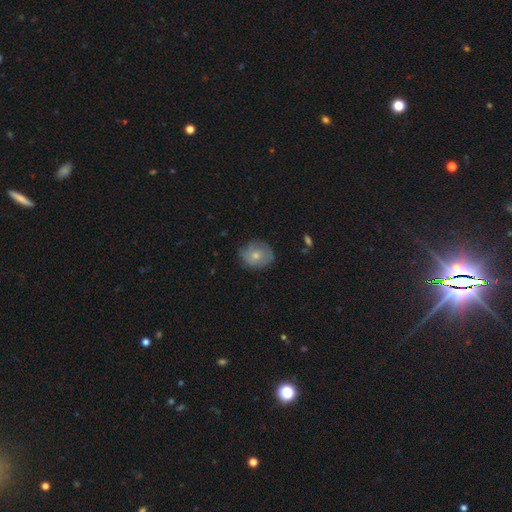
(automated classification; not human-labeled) Overall: smooth (64%; featured or disk 28%). How rounded: round (71%). Merging: none (68%).